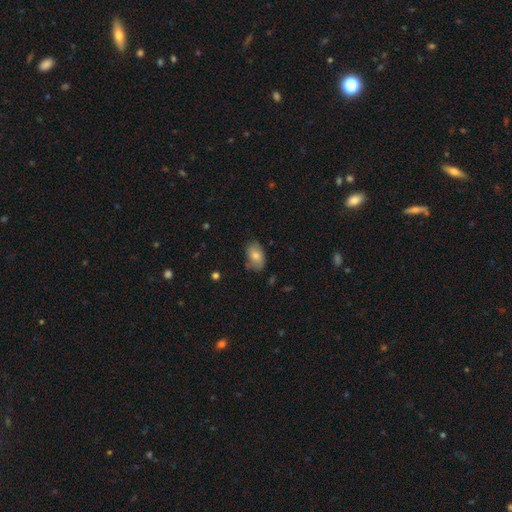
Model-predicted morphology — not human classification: Overall: smooth (77%). How rounded: in between (90%). Merging: none (72%).